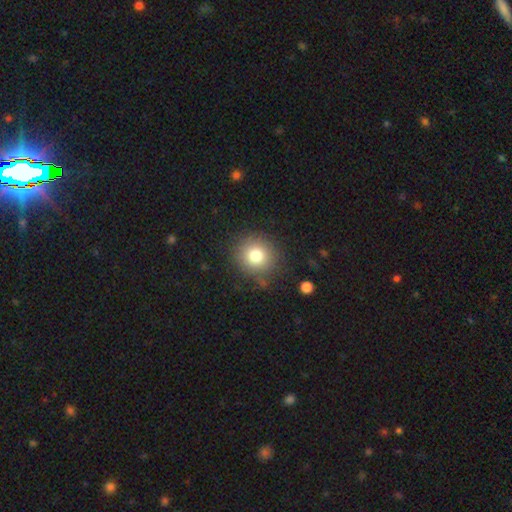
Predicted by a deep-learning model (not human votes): Q: Smooth or featured?
A: smooth (80%); runner-up: star or artifact (11%)
Q: How rounded?
A: round (90%); runner-up: in between (9%)
Q: Merging?
A: none (82%); runner-up: minor disturbance (12%)